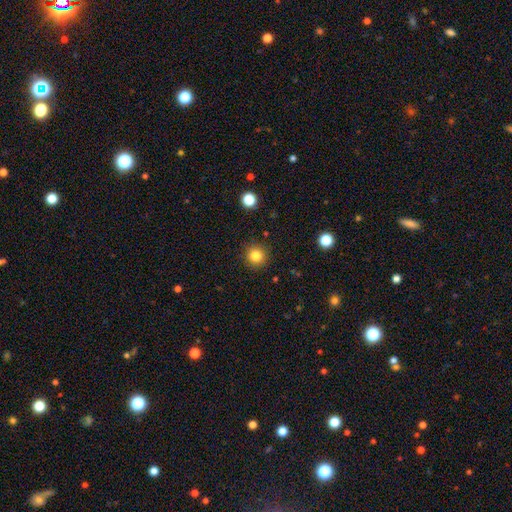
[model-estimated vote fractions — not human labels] Smooth or featured: smooth — 83% (star or artifact — 12%)
How rounded: round — 94% (in between — 5%)
Merging: none — 90% (minor disturbance — 7%)